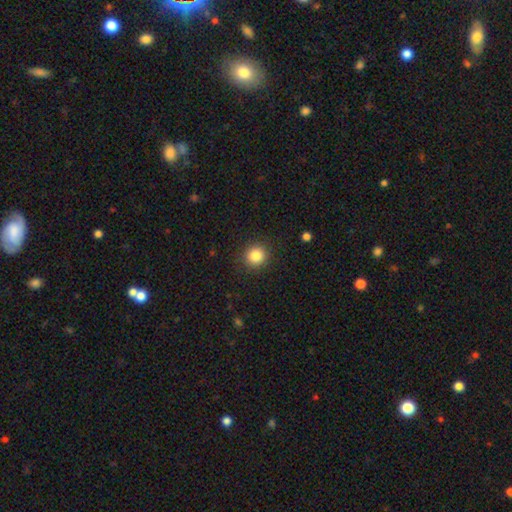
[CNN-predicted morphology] A smooth galaxy with no disk features (85%) that is round (91%).

Vote fractions:
- Smooth or featured? smooth: 85% / star or artifact: 10% / featured or disk: 5%
- How rounded? round: 91% / in between: 8% / cigar-shaped: 1%
- Merging? none: 91% / minor disturbance: 6% / major disturbance: 2% / merger: 1%